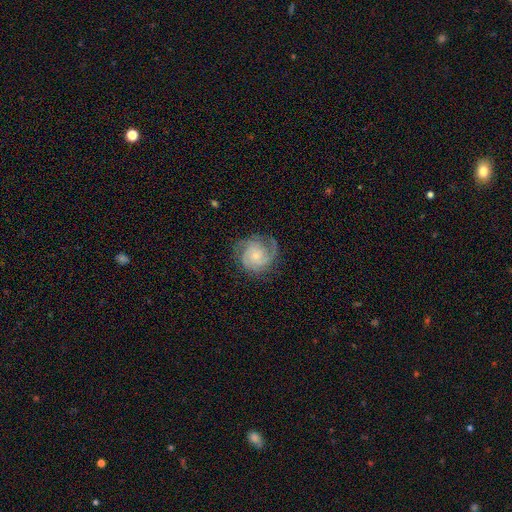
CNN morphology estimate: This is clearly a featured or disk galaxy (82%). It is clearly not viewed edge-on (98%). Bar: likely no (74%). Spiral arm pattern: clearly yes (96%). Spiral arm count: marginally 2 (35%). Spiral winding: likely tight (60%). Central bulge: likely small (66%). Merging: likely none (73%).